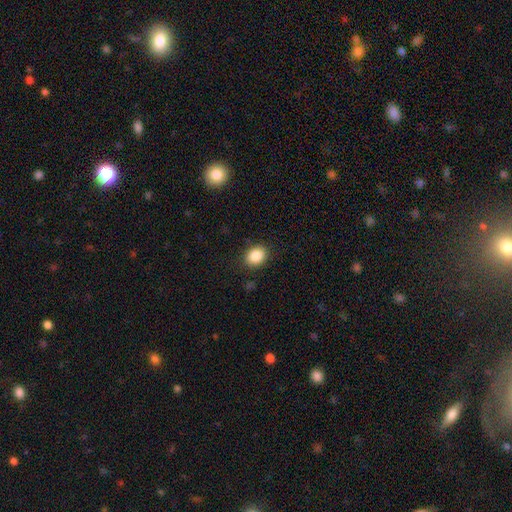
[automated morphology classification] smooth 86%, star or artifact 9%, featured or disk 5%. Down the decision tree: how rounded — in between (53%); merging — none (86%).